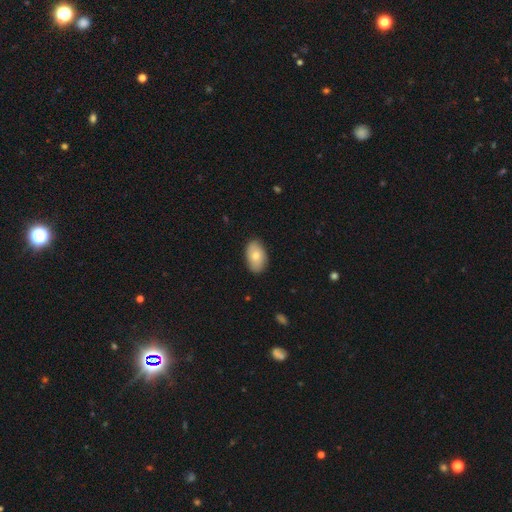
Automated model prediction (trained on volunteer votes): A smooth galaxy with no disk features (77%) that is in between round and cigar-shaped (92%). Merging: none (85%).